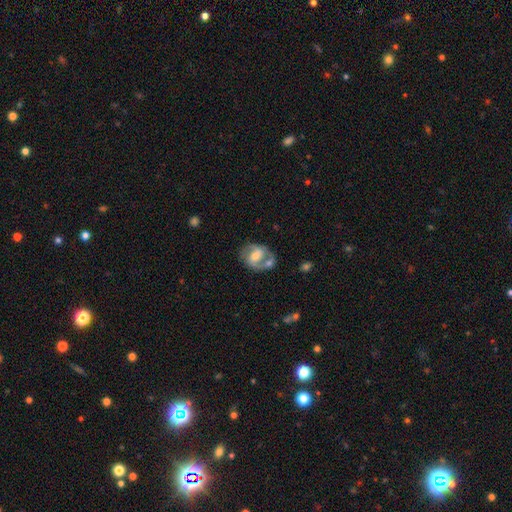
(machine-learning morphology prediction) type=featured or disk (72%); edge-on=no (97%); bar=weak (44%); spiral arms=yes (84%); winding=medium (51%); arm count=2 (82%); bulge=moderate (54%); merging=none (54%).